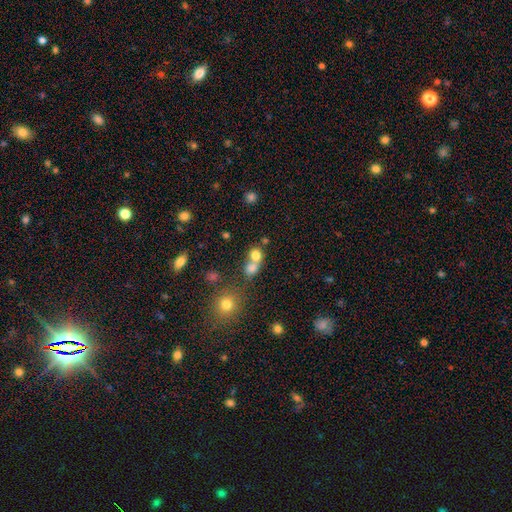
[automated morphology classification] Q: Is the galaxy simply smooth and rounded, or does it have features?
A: smooth — 77%.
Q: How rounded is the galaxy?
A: round — 76%.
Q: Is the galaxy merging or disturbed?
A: merger — 55%.